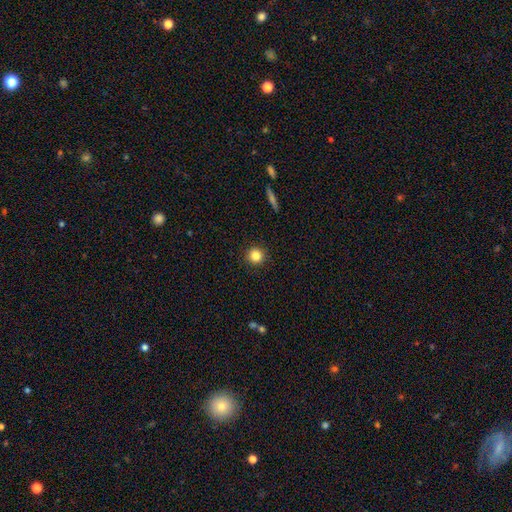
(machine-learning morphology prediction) A smooth galaxy with no disk features (84%) that is round (94%).

Vote fractions:
- Smooth or featured? smooth: 84% / star or artifact: 11% / featured or disk: 6%
- How rounded? round: 94% / in between: 5% / cigar-shaped: 1%
- Merging? none: 92% / minor disturbance: 5% / major disturbance: 2% / merger: 1%